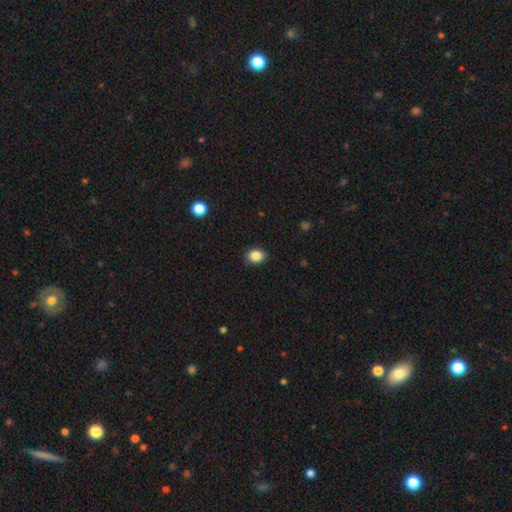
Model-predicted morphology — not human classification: smooth 86%, star or artifact 10%, featured or disk 4%. Down the decision tree: how rounded — in between (50%); merging — none (84%).